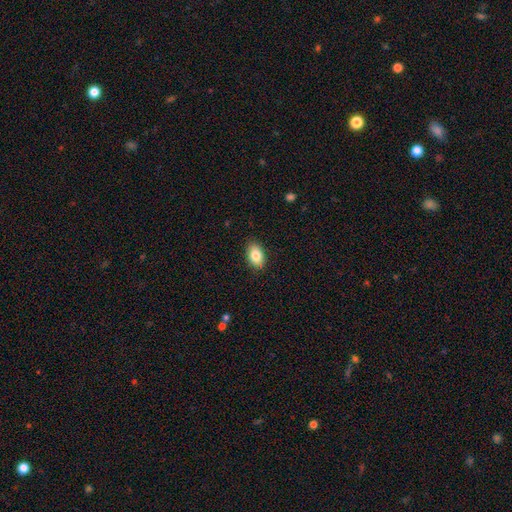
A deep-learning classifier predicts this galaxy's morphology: type=smooth (84%); roundness=in between (89%); merging=none (87%).